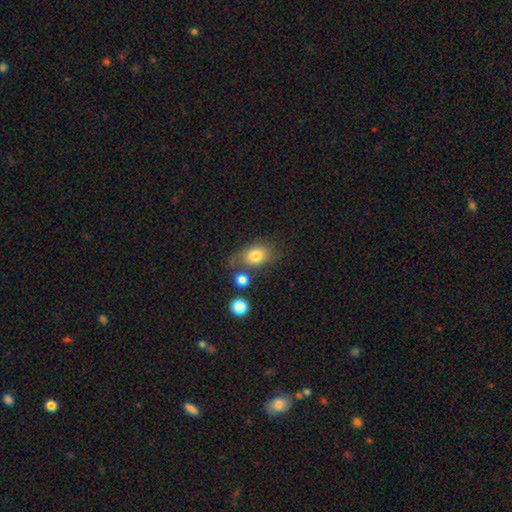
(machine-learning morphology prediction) Smooth or featured?
  - smooth: 77% *
  - featured or disk: 13%
  - star or artifact: 9%
How rounded?
  - in between: 71% *
  - round: 28%
  - cigar-shaped: 1%
Merging?
  - none: 54% *
  - minor disturbance: 19%
  - merger: 16%
  - major disturbance: 10%